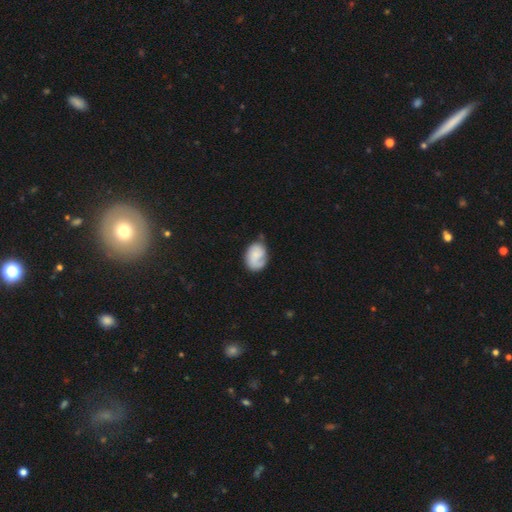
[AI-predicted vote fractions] smooth-or-featured: smooth: 58% | featured or disk: 35% | star or artifact: 7%
  how-rounded: in between: 74% | round: 25% | cigar-shaped: 1%
  merging: none: 52% | minor disturbance: 31% | major disturbance: 13% | merger: 3%